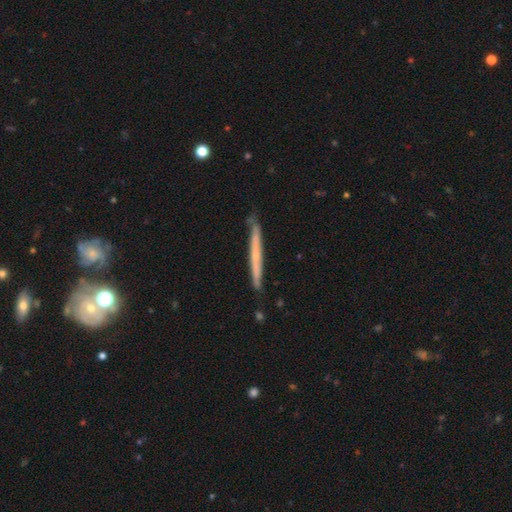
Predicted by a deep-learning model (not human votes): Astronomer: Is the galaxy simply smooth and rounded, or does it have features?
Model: featured or disk — 58% (runner-up: smooth, 36%).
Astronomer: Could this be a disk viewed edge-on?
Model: yes — 94%.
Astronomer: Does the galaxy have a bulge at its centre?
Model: none — 64%.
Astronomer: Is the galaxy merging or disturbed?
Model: none — 83%.